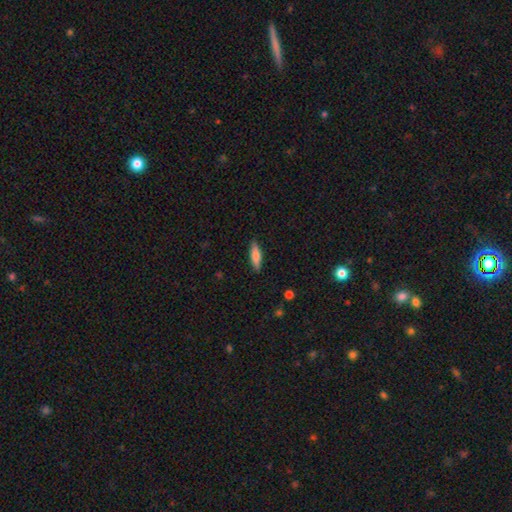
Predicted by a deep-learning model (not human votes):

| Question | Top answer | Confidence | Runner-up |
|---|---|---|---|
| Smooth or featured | smooth | 72% | featured or disk (22%) |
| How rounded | cigar-shaped | 62% | in between (36%) |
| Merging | none | 87% | minor disturbance (10%) |